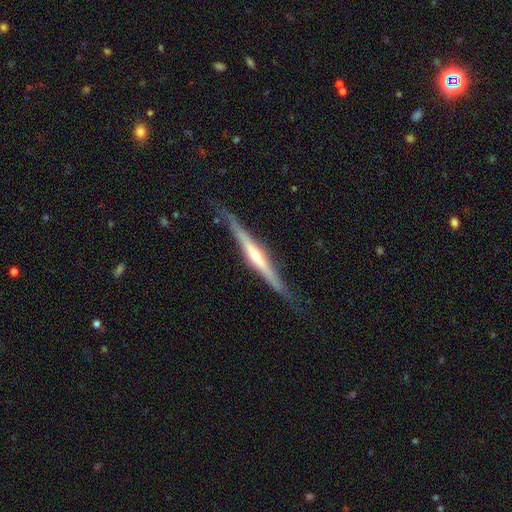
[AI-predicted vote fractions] Q: Smooth or featured?
A: featured or disk (78%); runner-up: smooth (16%)
Q: Edge-on disk?
A: yes (97%); runner-up: no (3%)
Q: Edge-on bulge?
A: rounded (72%); runner-up: none (19%)
Q: Merging?
A: none (82%); runner-up: minor disturbance (14%)